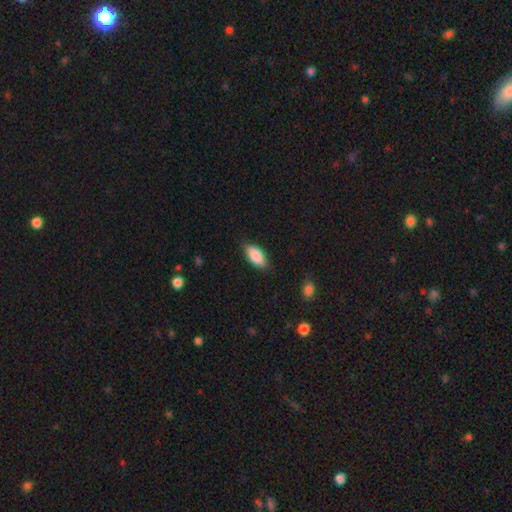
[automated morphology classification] smooth_or_featured: smooth (p=0.87) [alt: featured or disk p=0.07]
how_rounded: in between (p=0.90) [alt: cigar-shaped p=0.07]
merging: none (p=0.82) [alt: minor disturbance p=0.14]